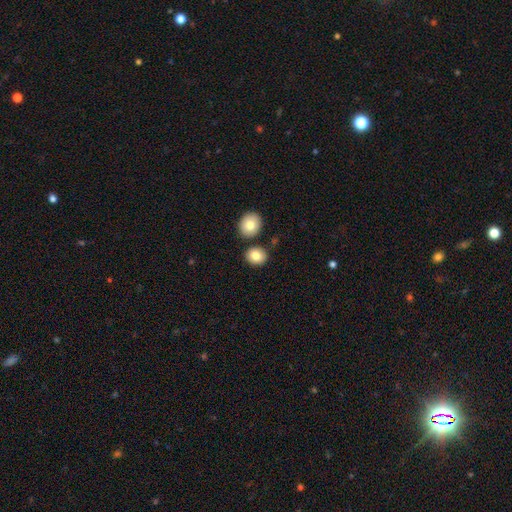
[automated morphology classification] Smooth or featured: smooth — 82% (featured or disk — 9%)
How rounded: round — 63% (in between — 36%)
Merging: none — 78% (merger — 10%)